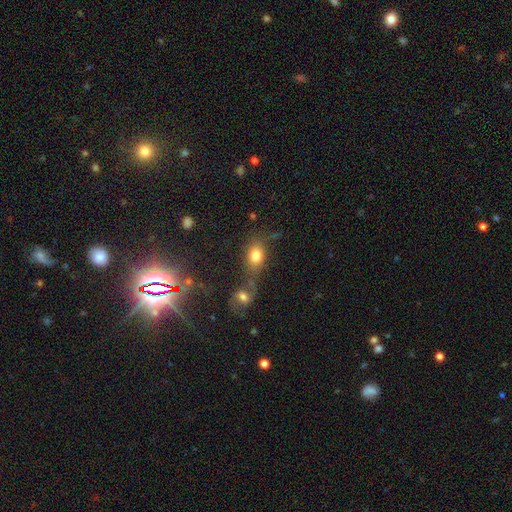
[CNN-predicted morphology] smooth-or-featured: smooth: 78% | featured or disk: 12% | star or artifact: 11%
  how-rounded: in between: 70% | round: 27% | cigar-shaped: 2%
  merging: none: 46% | merger: 34% | minor disturbance: 13% | major disturbance: 7%